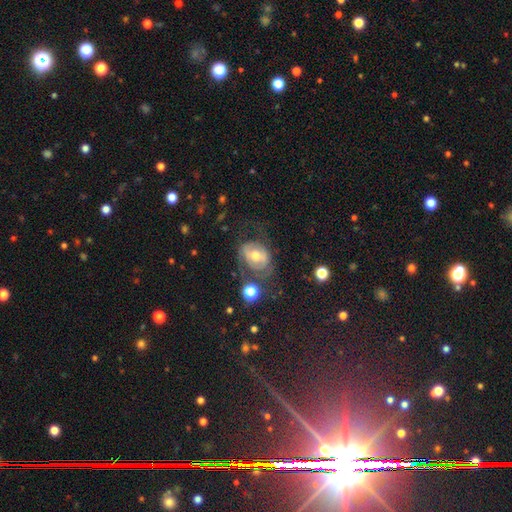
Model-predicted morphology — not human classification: featured or disk 58%, smooth 32%, star or artifact 10%. Down the decision tree: edge-on disk — no (95%); bar — no (45%); spiral arms — yes (52%); bulge size — moderate (71%); merging — none (48%).